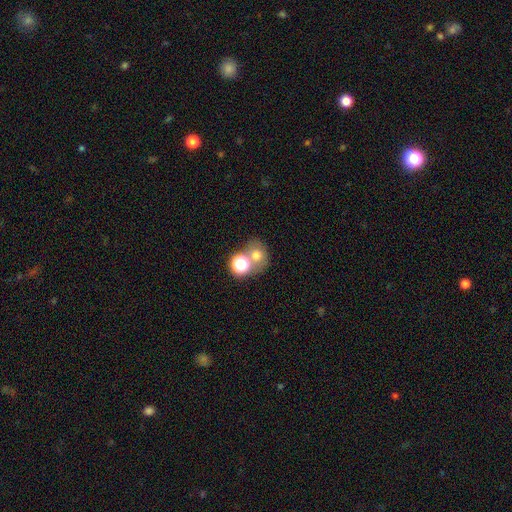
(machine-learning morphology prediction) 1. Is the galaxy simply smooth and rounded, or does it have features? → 67% smooth, 19% star or artifact, 14% featured or disk.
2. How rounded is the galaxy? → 68% round, 31% in between, 1% cigar-shaped.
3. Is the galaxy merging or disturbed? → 46% none, 39% merger, 9% minor disturbance, 5% major disturbance.